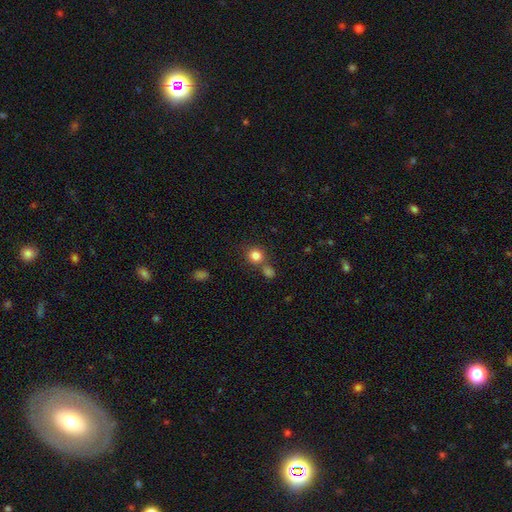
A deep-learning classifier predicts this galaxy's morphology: A smooth galaxy with no disk features (82%) that is round (87%). Merging: none (63%).